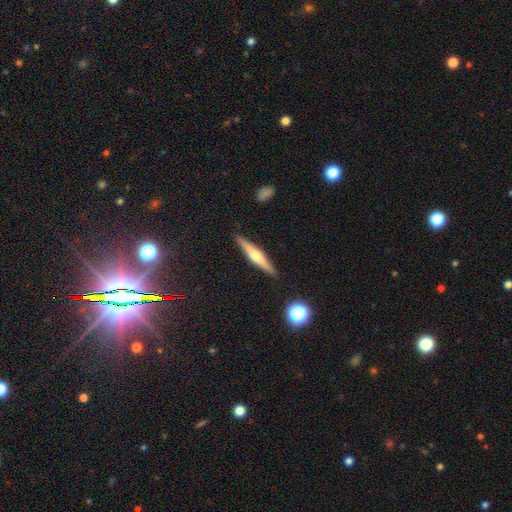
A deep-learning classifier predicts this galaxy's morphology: Overall: featured or disk (61%; smooth 32%). Edge-on disk: yes (97%). Edge-on bulge: rounded (86%). Merging: none (90%).